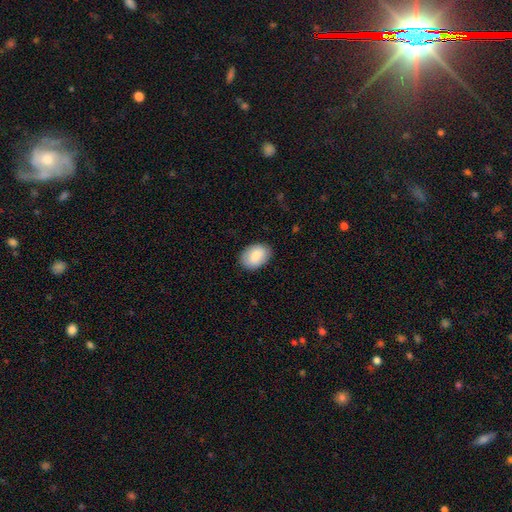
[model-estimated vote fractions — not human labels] Morphology: type=smooth (87%); roundness=in between (85%); merging=none (86%).